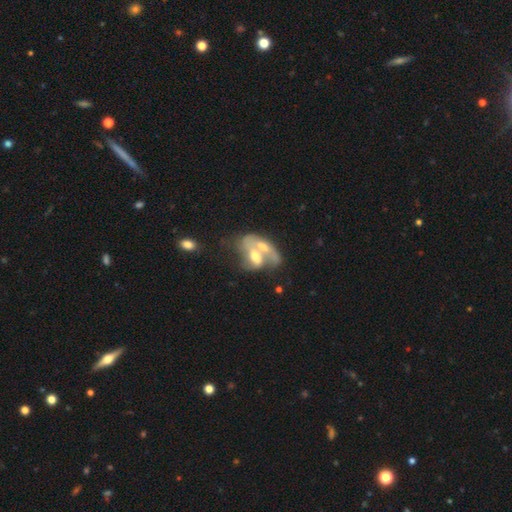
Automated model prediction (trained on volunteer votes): Smooth or featured: featured or disk — 57% (smooth — 36%)
Edge-on disk: no — 94% (yes — 6%)
Bar: no — 64% (weak — 27%)
Spiral arms: no — 56% (yes — 44%)
Bulge size: moderate — 65% (small — 14%)
Merging: merger — 76% (major disturbance — 10%)